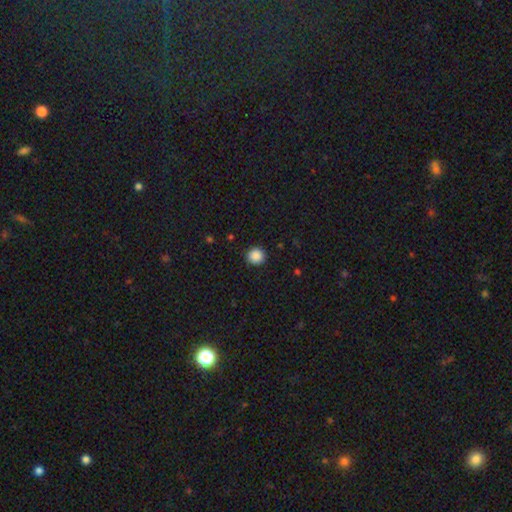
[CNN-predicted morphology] Smooth or featured? Predicted: smooth (p=0.88). How rounded? Predicted: round (p=0.94). Merging? Predicted: none (p=0.91).